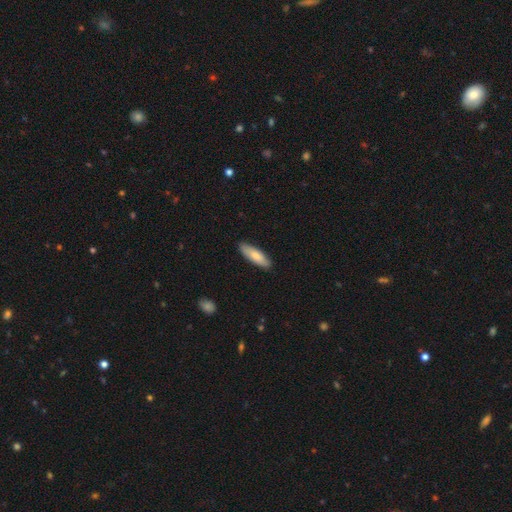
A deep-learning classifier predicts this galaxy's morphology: A smooth galaxy with no disk features (79%) that is cigar-shaped (52%). Merging: none (87%).